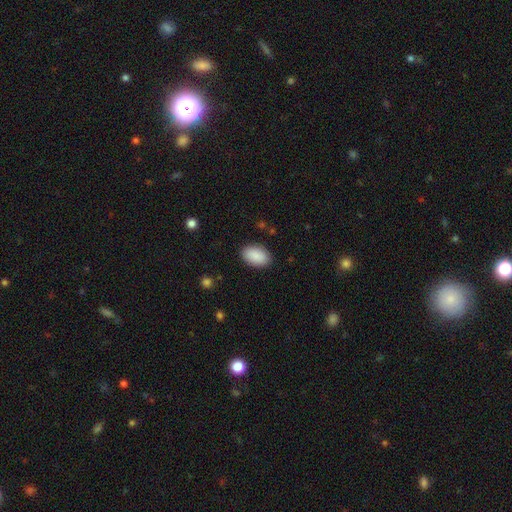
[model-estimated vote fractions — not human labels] smooth-or-featured: smooth: 90% | star or artifact: 6% | featured or disk: 4%
  how-rounded: in between: 92% | round: 6% | cigar-shaped: 1%
  merging: none: 88% | minor disturbance: 8% | major disturbance: 2% | merger: 1%